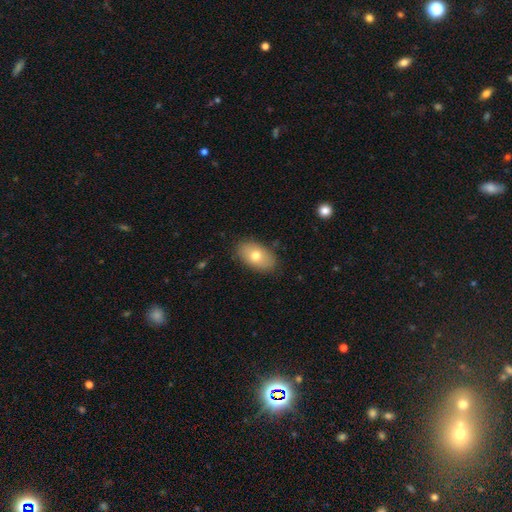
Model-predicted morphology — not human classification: Overall: smooth (73%). How rounded: in between (91%). Merging: none (86%).